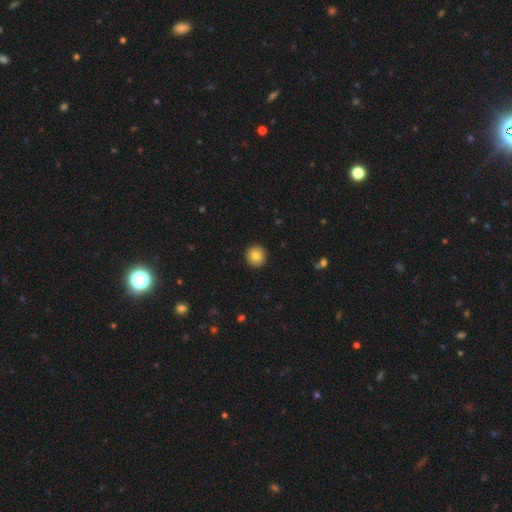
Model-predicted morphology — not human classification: This appears to be a smooth galaxy with no disk features (82%) that is round (95%). Merging: none (93%).